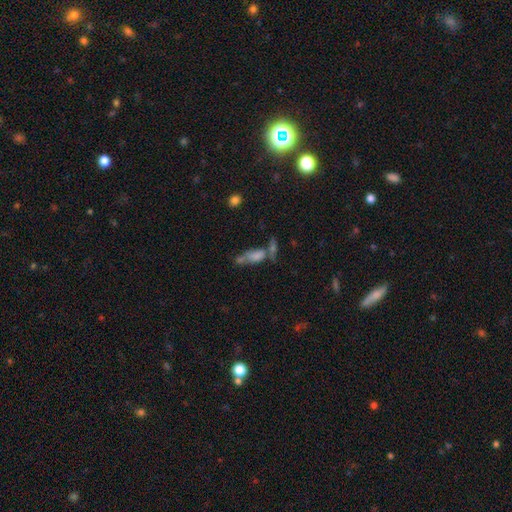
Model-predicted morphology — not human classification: Smooth or featured: smooth — 66% (featured or disk — 22%)
How rounded: in between — 80% (cigar-shaped — 14%)
Merging: merger — 50% (none — 26%)